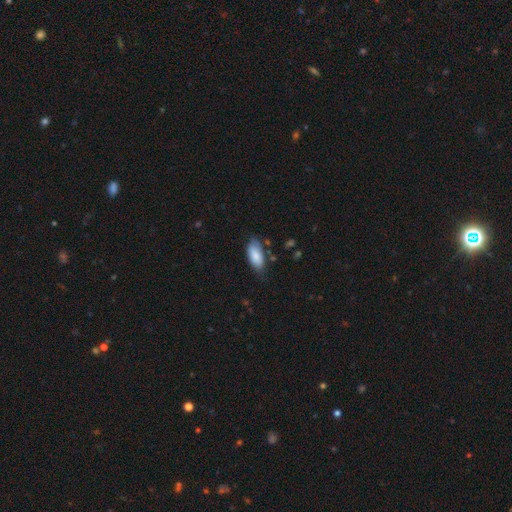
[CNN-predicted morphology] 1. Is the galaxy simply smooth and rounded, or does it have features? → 82% smooth, 11% featured or disk, 6% star or artifact.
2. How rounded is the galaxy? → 90% in between, 8% cigar-shaped, 2% round.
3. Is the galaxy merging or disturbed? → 63% none, 29% minor disturbance, 6% major disturbance, 3% merger.